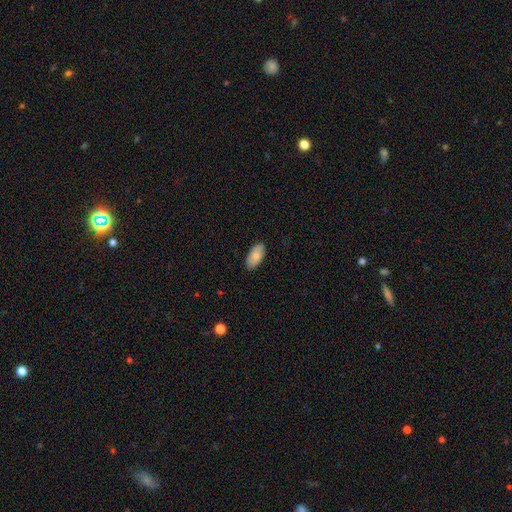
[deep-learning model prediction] smooth_or_featured: smooth (p=0.81) [alt: featured or disk p=0.13]
how_rounded: in between (p=0.95) [alt: cigar-shaped p=0.03]
merging: none (p=0.88) [alt: minor disturbance p=0.09]